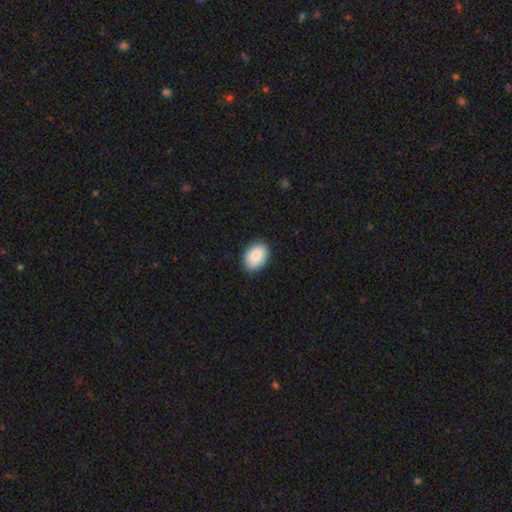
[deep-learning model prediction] A smooth galaxy with no disk features (87%) that is in between round and cigar-shaped (80%).

Vote fractions:
- Smooth or featured? smooth: 87% / featured or disk: 7% / star or artifact: 6%
- How rounded? in between: 80% / round: 19% / cigar-shaped: 1%
- Merging? none: 88% / minor disturbance: 9% / major disturbance: 2% / merger: 1%